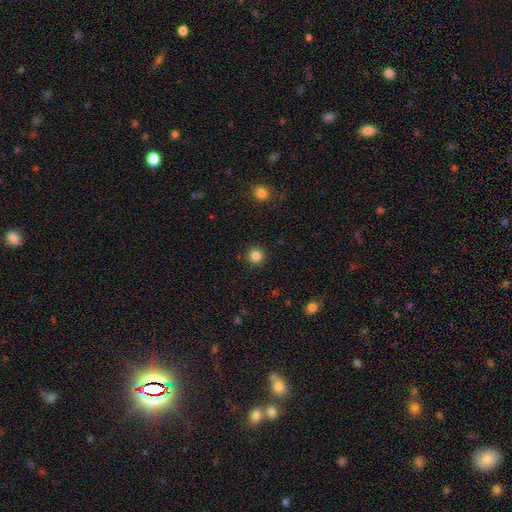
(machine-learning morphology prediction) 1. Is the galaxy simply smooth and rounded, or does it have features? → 84% smooth, 11% star or artifact, 4% featured or disk.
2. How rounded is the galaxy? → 94% round, 5% in between, 1% cigar-shaped.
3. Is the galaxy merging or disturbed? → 92% none, 5% minor disturbance, 2% major disturbance, 1% merger.